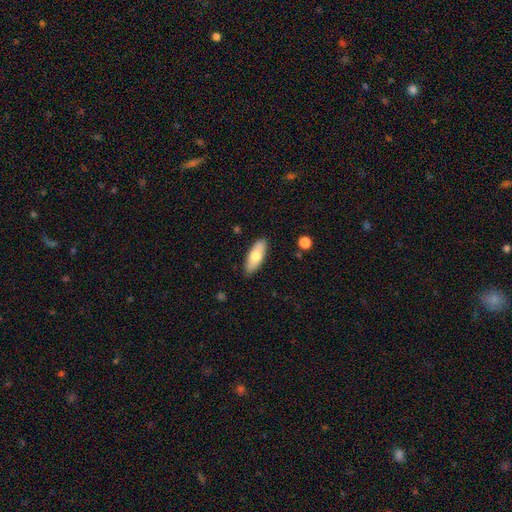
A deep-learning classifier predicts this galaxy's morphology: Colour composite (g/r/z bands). It shows a smooth galaxy with no disk features (69%) that is in between round and cigar-shaped (74%). Merging: none (87%).